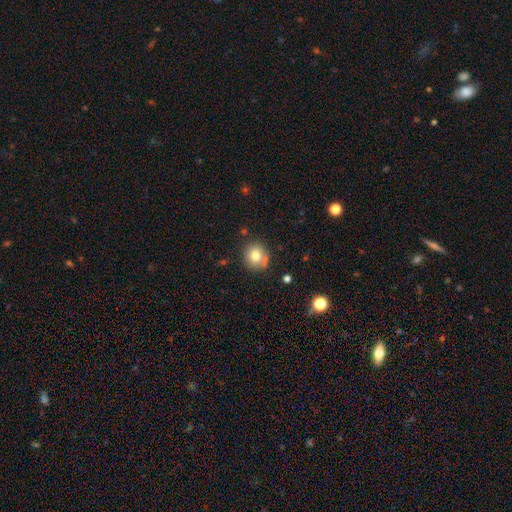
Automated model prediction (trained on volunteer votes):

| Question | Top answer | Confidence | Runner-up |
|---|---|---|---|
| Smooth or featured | smooth | 78% | featured or disk (12%) |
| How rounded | round | 86% | in between (13%) |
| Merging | none | 73% | minor disturbance (16%) |